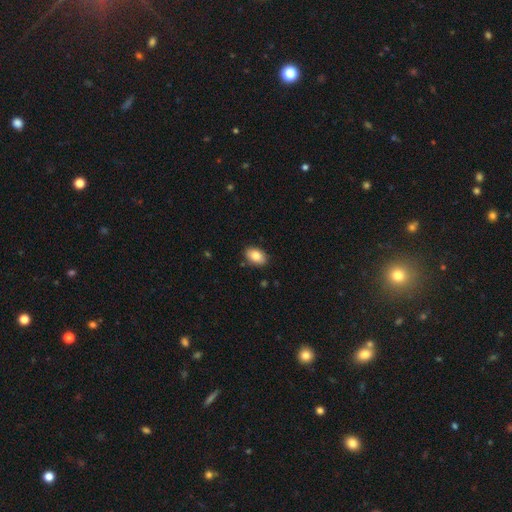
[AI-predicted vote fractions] Q: Smooth or featured?
A: smooth (86%); runner-up: star or artifact (7%)
Q: How rounded?
A: in between (88%); runner-up: round (10%)
Q: Merging?
A: none (86%); runner-up: minor disturbance (11%)